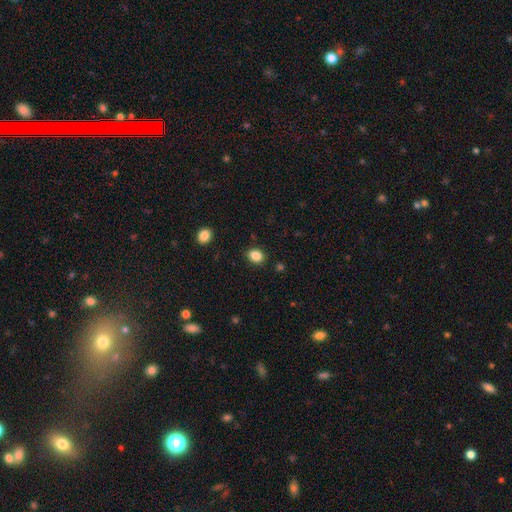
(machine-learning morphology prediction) Smooth or featured? smooth (86%)
How rounded? in between (57%)
Merging? none (88%)